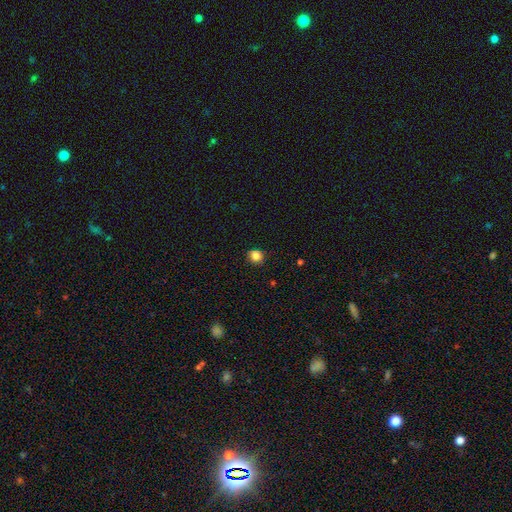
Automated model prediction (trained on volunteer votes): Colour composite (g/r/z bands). It shows a smooth galaxy with no disk features (84%) that is round (87%). Merging: none (89%).